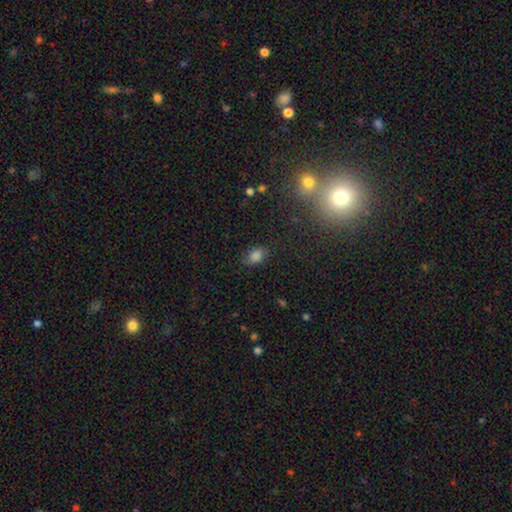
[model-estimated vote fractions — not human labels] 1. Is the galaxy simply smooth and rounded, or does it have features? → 79% smooth, 14% star or artifact, 7% featured or disk.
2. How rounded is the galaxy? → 77% in between, 21% round, 2% cigar-shaped.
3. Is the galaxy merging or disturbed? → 73% none, 20% minor disturbance, 5% major disturbance, 2% merger.